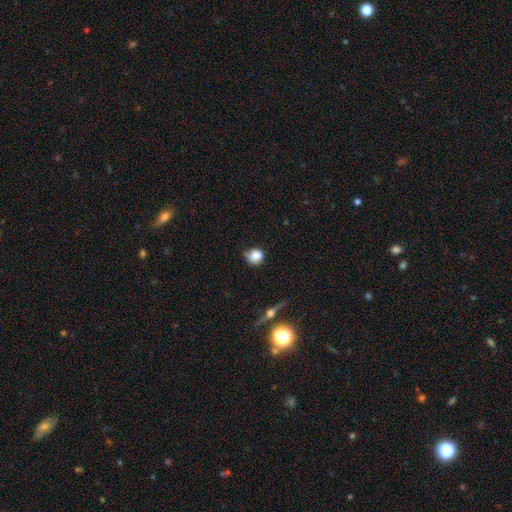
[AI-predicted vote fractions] smooth_or_featured: smooth (p=0.82) [alt: star or artifact p=0.10]
how_rounded: round (p=0.85) [alt: in between p=0.13]
merging: none (p=0.60) [alt: minor disturbance p=0.29]